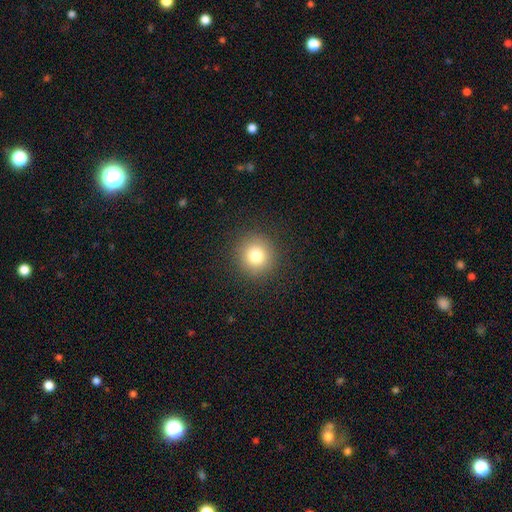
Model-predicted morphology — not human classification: Smooth or featured? Predicted: smooth (p=0.80). How rounded? Predicted: round (p=0.94). Merging? Predicted: none (p=0.91).